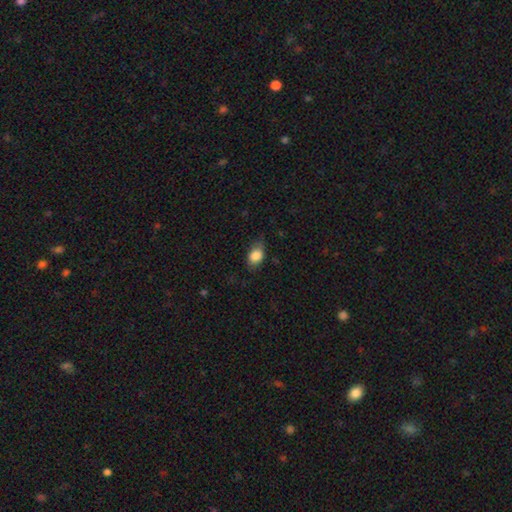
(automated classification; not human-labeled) smooth_or_featured: smooth (p=0.84) [alt: featured or disk p=0.09]
how_rounded: in between (p=0.79) [alt: round p=0.19]
merging: none (p=0.64) [alt: minor disturbance p=0.27]